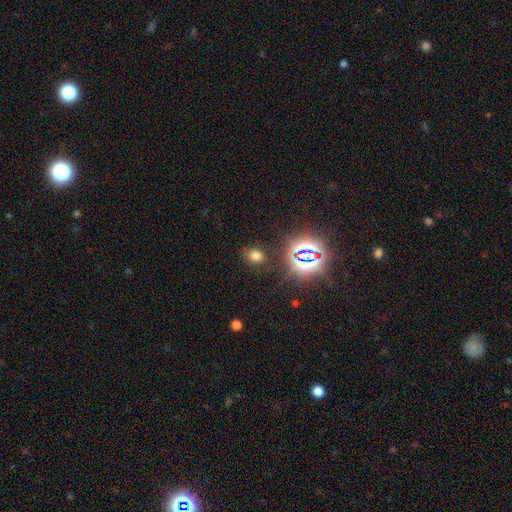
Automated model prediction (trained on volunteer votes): A smooth galaxy with no disk features (64%) that is round (54%). Merging: none (83%).